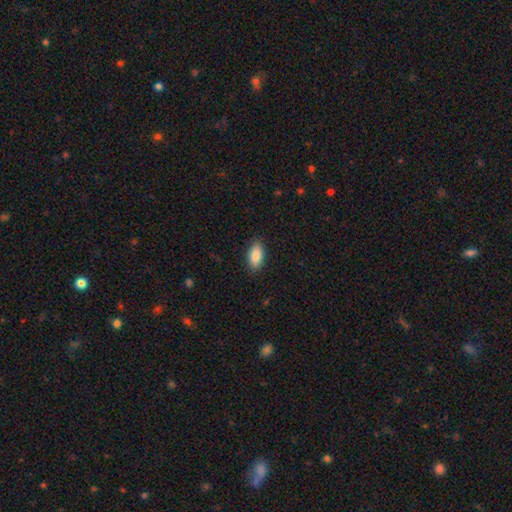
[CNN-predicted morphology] A smooth galaxy with no disk features (88%) that is in between round and cigar-shaped (90%). Merging: none (88%).